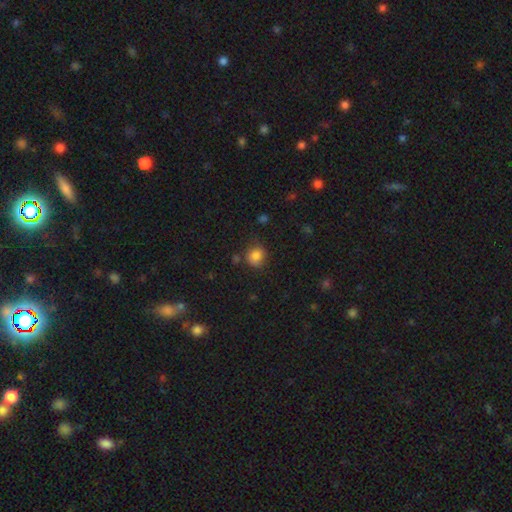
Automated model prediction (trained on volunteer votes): Smooth or featured?
  - smooth: 82% *
  - star or artifact: 11%
  - featured or disk: 7%
How rounded?
  - round: 76% *
  - in between: 23%
  - cigar-shaped: 1%
Merging?
  - none: 69% *
  - minor disturbance: 21%
  - major disturbance: 6%
  - merger: 4%